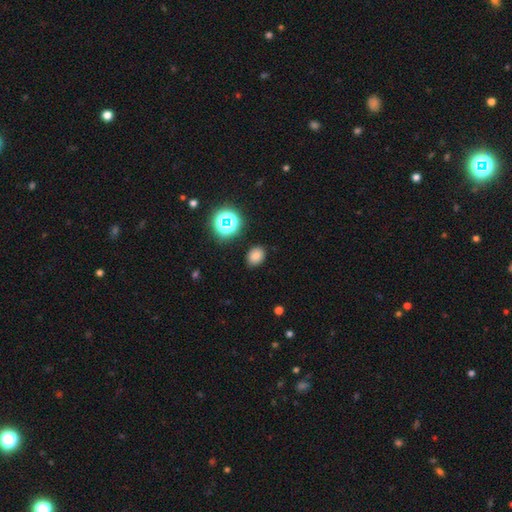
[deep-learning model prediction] smooth_or_featured: smooth (p=0.77) [alt: star or artifact p=0.17]
how_rounded: in between (p=0.59) [alt: round p=0.40]
merging: none (p=0.86) [alt: minor disturbance p=0.10]